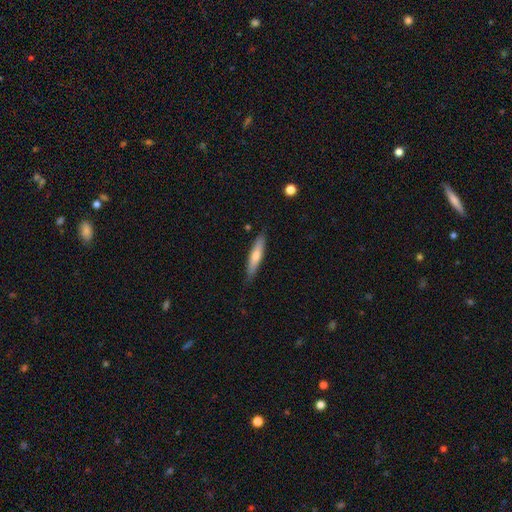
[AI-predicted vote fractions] smooth_or_featured: smooth (p=0.56) [alt: featured or disk p=0.38]
how_rounded: cigar-shaped (p=0.87) [alt: in between p=0.12]
merging: none (p=0.85) [alt: minor disturbance p=0.11]